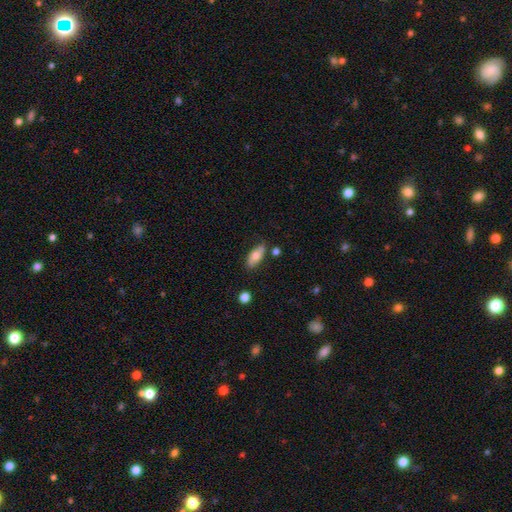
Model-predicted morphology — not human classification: smooth 70%, featured or disk 24%, star or artifact 7%. Down the decision tree: how rounded — in between (80%); merging — none (78%).